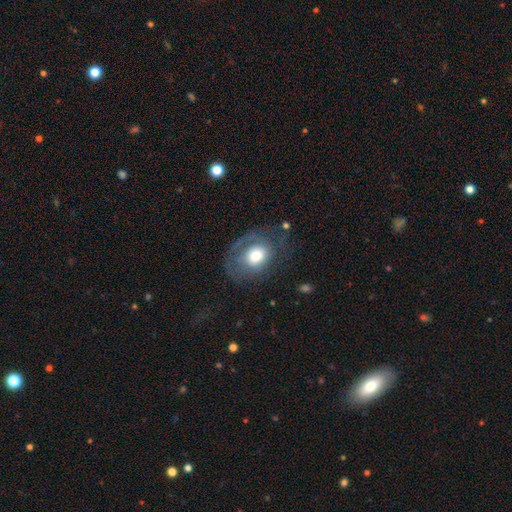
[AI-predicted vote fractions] A smooth galaxy with no disk features (50%) that is in between round and cigar-shaped (58%). Merging: none (51%).